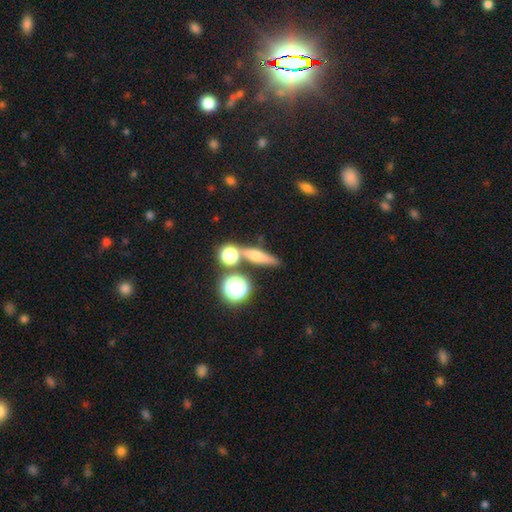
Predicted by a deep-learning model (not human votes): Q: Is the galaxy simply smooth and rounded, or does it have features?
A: smooth — 50%.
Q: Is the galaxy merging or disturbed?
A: none — 71%.